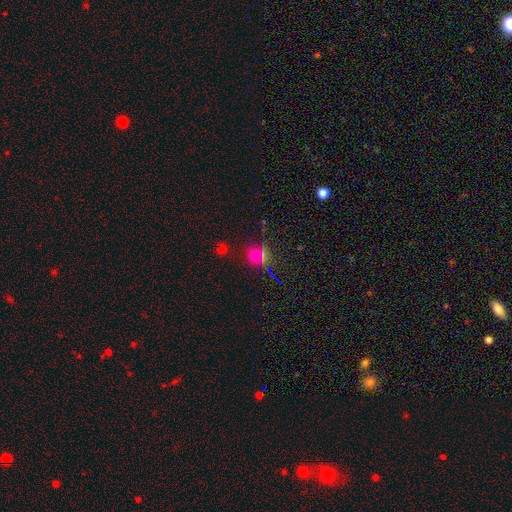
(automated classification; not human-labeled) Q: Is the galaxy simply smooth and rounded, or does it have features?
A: smooth — 59%.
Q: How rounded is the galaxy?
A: round — 85%.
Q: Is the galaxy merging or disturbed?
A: none — 77%.